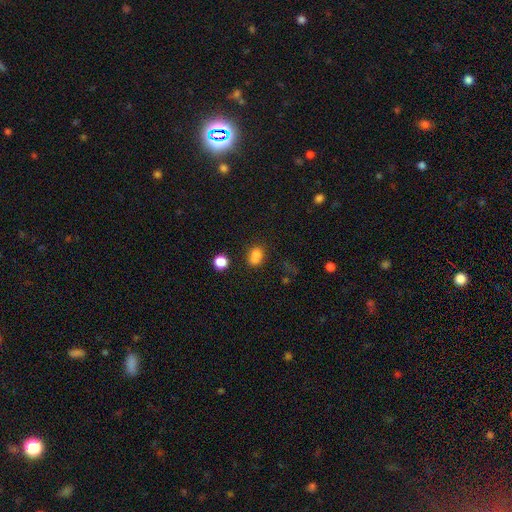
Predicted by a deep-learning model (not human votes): A smooth galaxy with no disk features (75%) that is round (51%). Merging: none (40%, tied with merger).